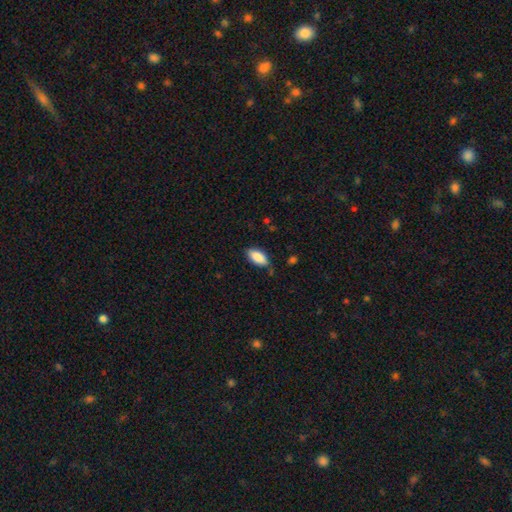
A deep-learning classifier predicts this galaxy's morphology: smooth 88%, star or artifact 6%, featured or disk 6%. Down the decision tree: how rounded — in between (90%); merging — none (77%).